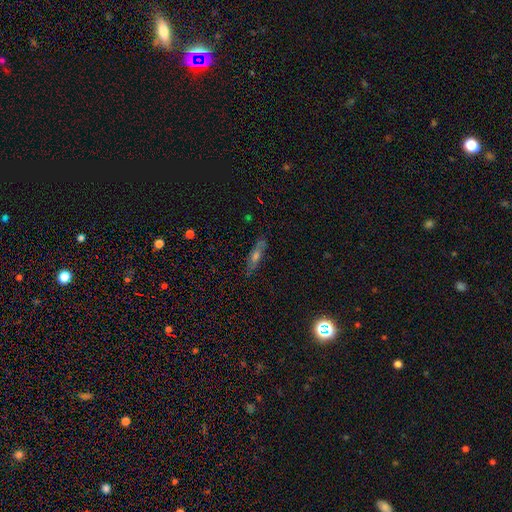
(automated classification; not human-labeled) Q: Smooth or featured?
A: featured or disk (49%); runner-up: smooth (35%)
Q: Merging?
A: none (83%); runner-up: minor disturbance (12%)